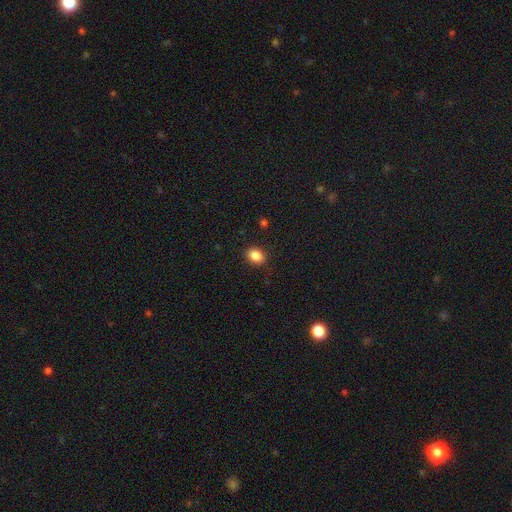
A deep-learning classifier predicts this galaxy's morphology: Overall: smooth (86%). How rounded: in between (63%; round 36%). Merging: none (86%).